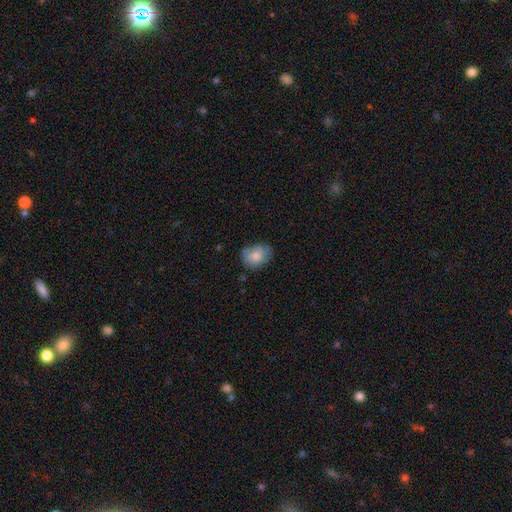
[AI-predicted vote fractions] A smooth galaxy with no disk features (78%) that is in between round and cigar-shaped (57%). Merging: none (68%).